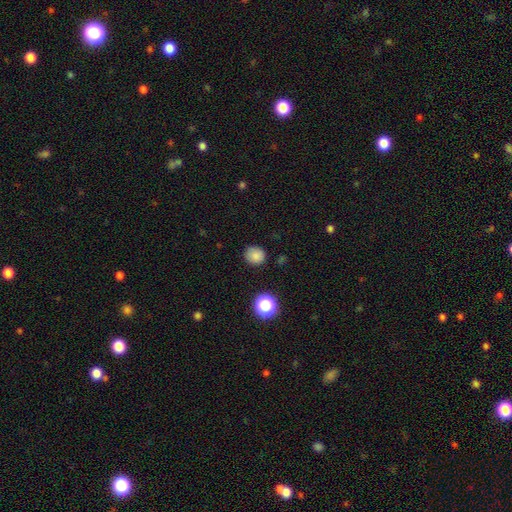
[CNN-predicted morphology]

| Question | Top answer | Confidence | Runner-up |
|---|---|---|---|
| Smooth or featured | smooth | 82% | star or artifact (13%) |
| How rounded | round | 79% | in between (20%) |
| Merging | none | 82% | minor disturbance (13%) |